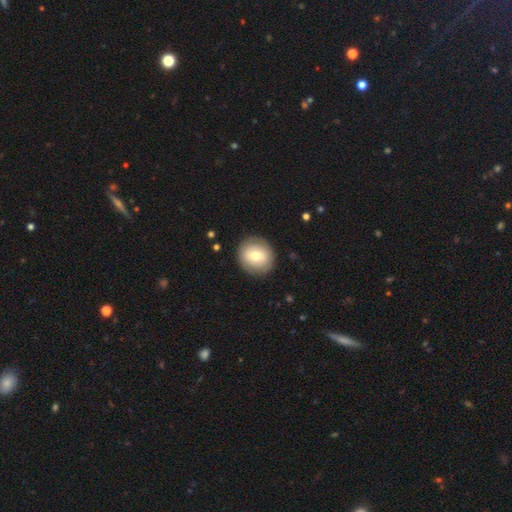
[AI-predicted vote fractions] smooth 70%, featured or disk 22%, star or artifact 7%. Down the decision tree: how rounded — round (85%); merging — none (88%).